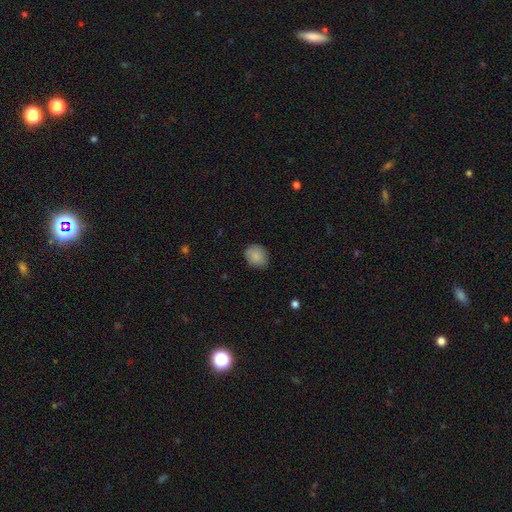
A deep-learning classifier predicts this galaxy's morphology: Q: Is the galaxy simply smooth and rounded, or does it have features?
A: smooth — 86%.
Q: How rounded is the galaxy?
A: round — 67%.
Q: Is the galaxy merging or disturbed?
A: none — 78%.